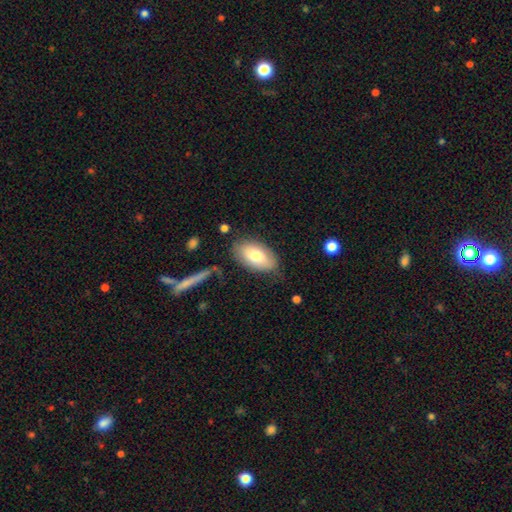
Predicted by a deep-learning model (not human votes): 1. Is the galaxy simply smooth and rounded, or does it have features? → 74% smooth, 19% featured or disk, 6% star or artifact.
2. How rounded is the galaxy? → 94% in between, 4% round, 3% cigar-shaped.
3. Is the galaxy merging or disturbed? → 75% none, 18% minor disturbance, 5% major disturbance, 3% merger.